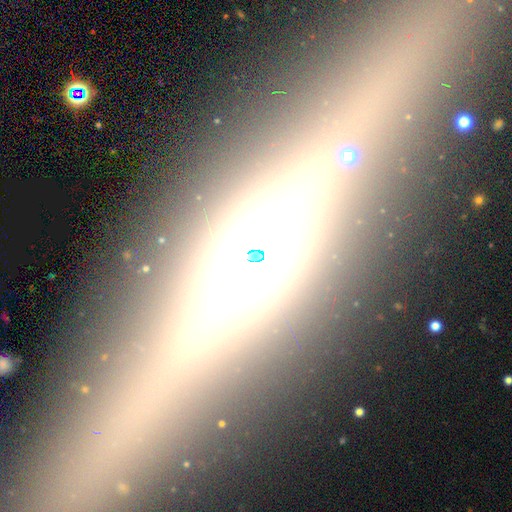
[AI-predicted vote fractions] Overall: featured or disk (79%). Edge-on disk: yes (96%). Edge-on bulge: rounded (78%). Merging: none (87%).